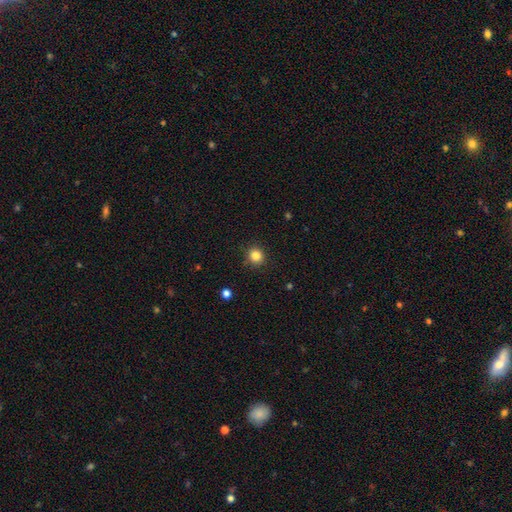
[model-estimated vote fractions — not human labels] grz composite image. It shows a smooth galaxy with no disk features (84%) that is round (91%). Merging: none (90%).